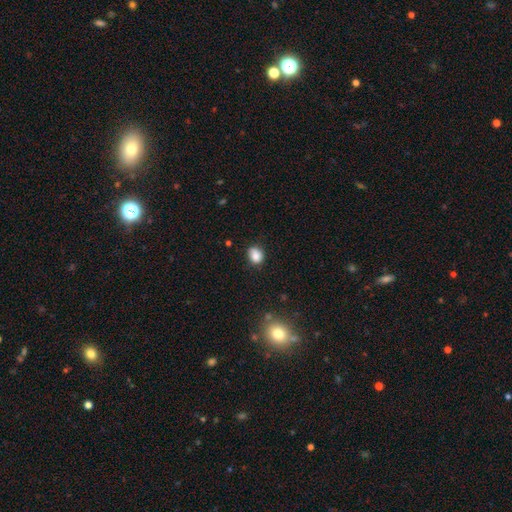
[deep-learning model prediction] Overall: smooth (84%). How rounded: in between (50%; round 48%). Merging: none (73%).